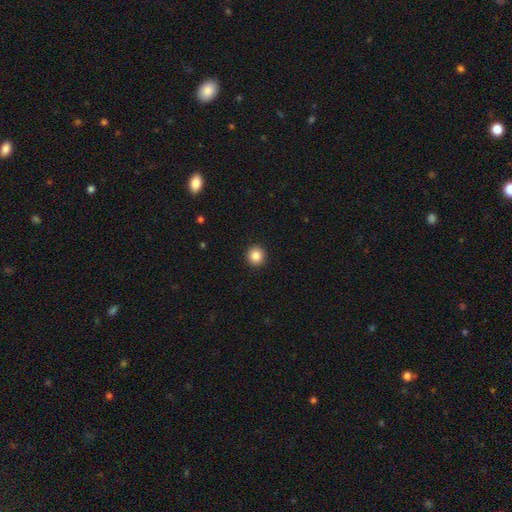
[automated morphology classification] Overall: smooth (85%). How rounded: round (94%). Merging: none (94%).